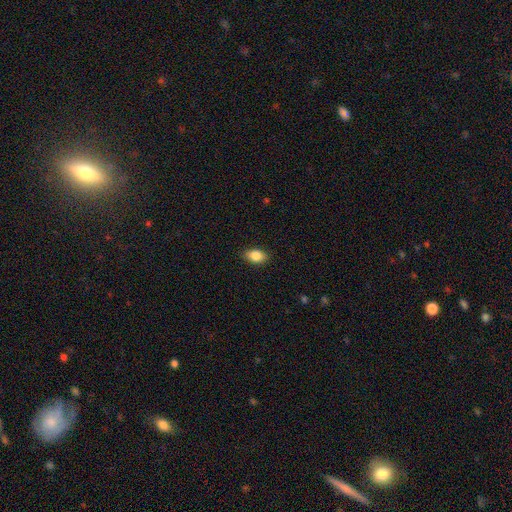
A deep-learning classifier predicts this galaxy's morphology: Smooth or featured? Predicted: smooth (p=0.85). How rounded? Predicted: in between (p=0.87). Merging? Predicted: none (p=0.87).